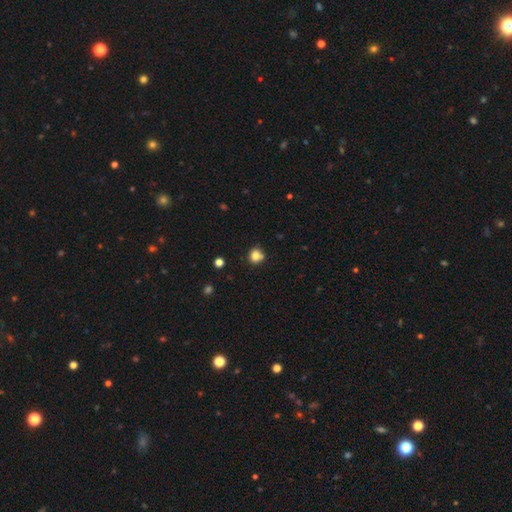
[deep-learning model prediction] Q: Smooth or featured?
A: smooth (80%); runner-up: star or artifact (12%)
Q: How rounded?
A: round (86%); runner-up: in between (13%)
Q: Merging?
A: none (72%); runner-up: minor disturbance (13%)